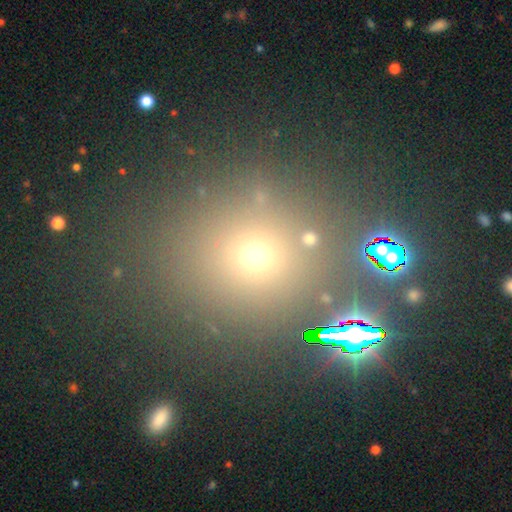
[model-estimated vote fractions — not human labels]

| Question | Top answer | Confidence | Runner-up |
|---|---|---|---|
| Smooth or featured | smooth | 60% | star or artifact (31%) |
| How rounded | round | 84% | in between (15%) |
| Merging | none | 78% | minor disturbance (9%) |